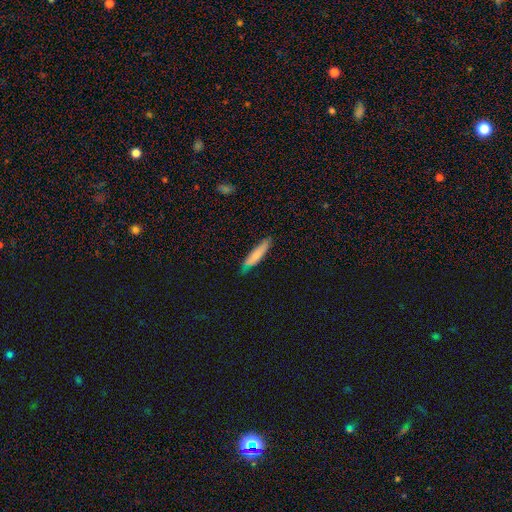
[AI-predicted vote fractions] The model was most divided on "merging": none: 74%, minor disturbance: 20%, major disturbance: 3%, merger: 2%. More confident: how rounded — cigar-shaped (86%); smooth or featured — smooth (74%).